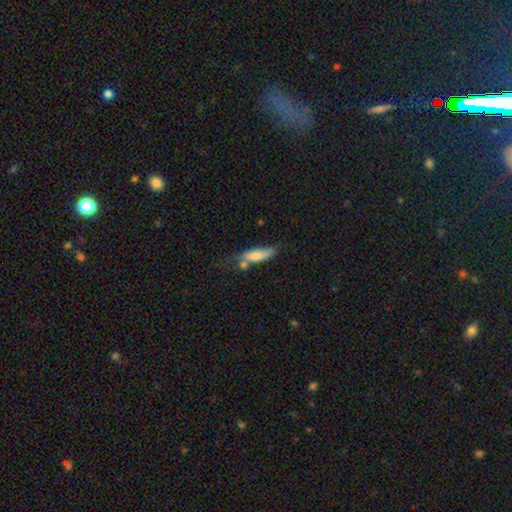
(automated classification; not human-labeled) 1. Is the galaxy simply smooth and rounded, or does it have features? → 67% smooth, 26% featured or disk, 7% star or artifact.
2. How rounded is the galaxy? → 50% in between, 48% cigar-shaped, 3% round.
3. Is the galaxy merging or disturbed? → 39% none, 26% minor disturbance, 22% merger, 13% major disturbance.